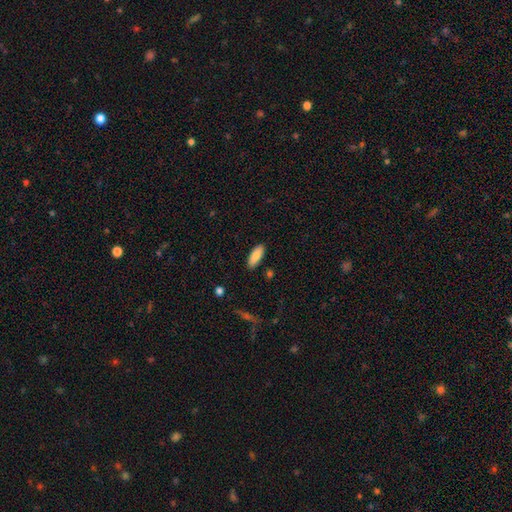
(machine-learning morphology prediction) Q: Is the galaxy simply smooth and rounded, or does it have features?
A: smooth — 87%.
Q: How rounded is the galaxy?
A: in between — 75%.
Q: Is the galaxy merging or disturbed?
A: none — 88%.